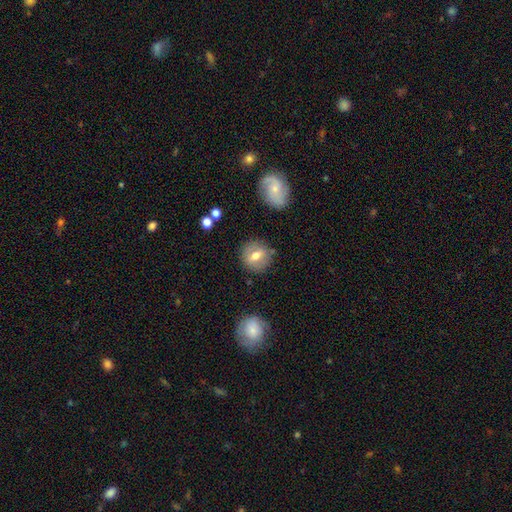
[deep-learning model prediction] Smooth or featured? Predicted: smooth (p=0.62). How rounded? Predicted: round (p=0.82). Merging? Predicted: none (p=0.83).